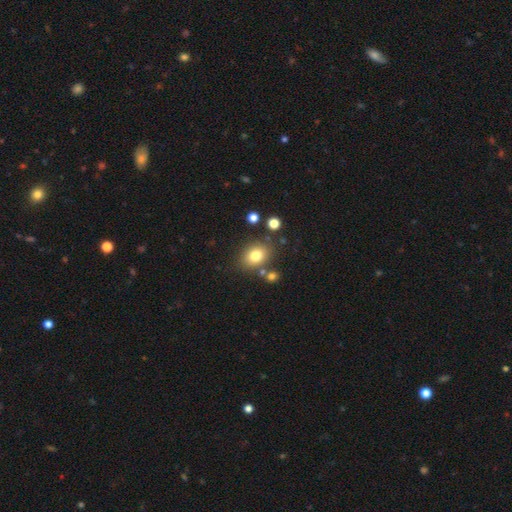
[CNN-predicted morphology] type=smooth (79%); roundness=in between (62%); merging=none (76%).